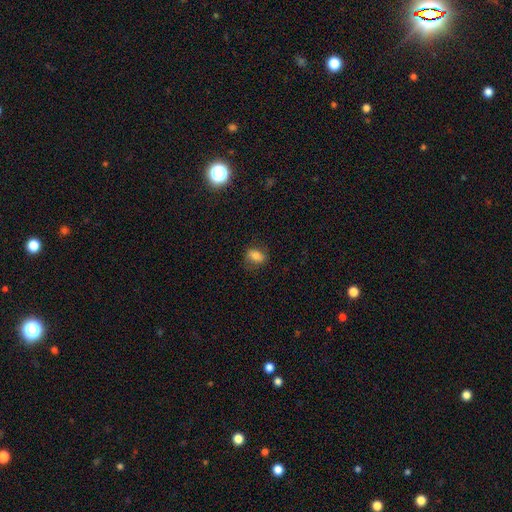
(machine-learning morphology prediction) A smooth galaxy with no disk features (77%) that is in between round and cigar-shaped (73%).

Vote fractions:
- Smooth or featured? smooth: 77% / featured or disk: 12% / star or artifact: 11%
- How rounded? in between: 73% / round: 24% / cigar-shaped: 2%
- Merging? none: 73% / minor disturbance: 19% / major disturbance: 7% / merger: 1%